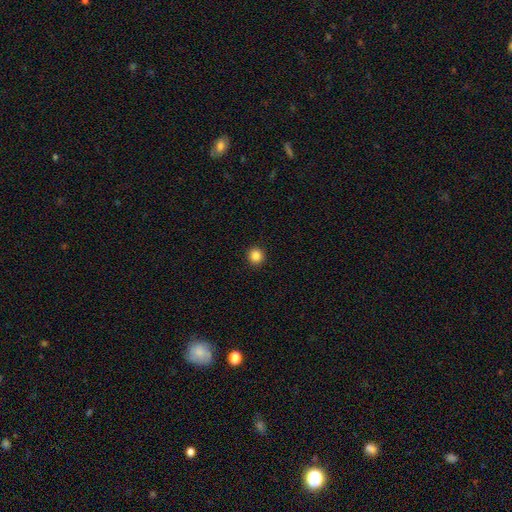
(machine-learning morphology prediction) Smooth or featured?
  - smooth: 86% *
  - star or artifact: 10%
  - featured or disk: 3%
How rounded?
  - round: 89% *
  - in between: 10%
  - cigar-shaped: 1%
Merging?
  - none: 92% *
  - minor disturbance: 5%
  - major disturbance: 2%
  - merger: 1%